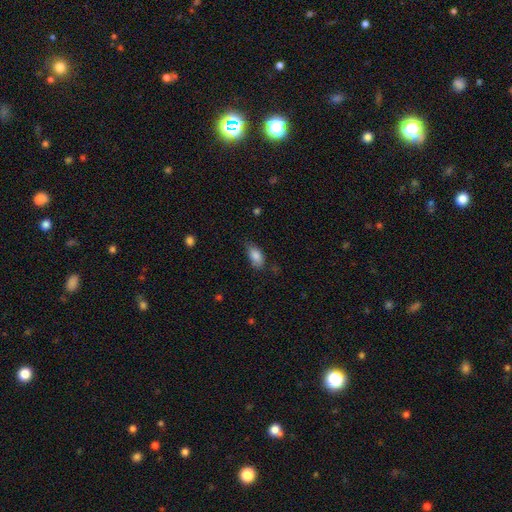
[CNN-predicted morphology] This is clearly a smooth galaxy (85%). How rounded: clearly in between (90%). Merging: likely none (63%).